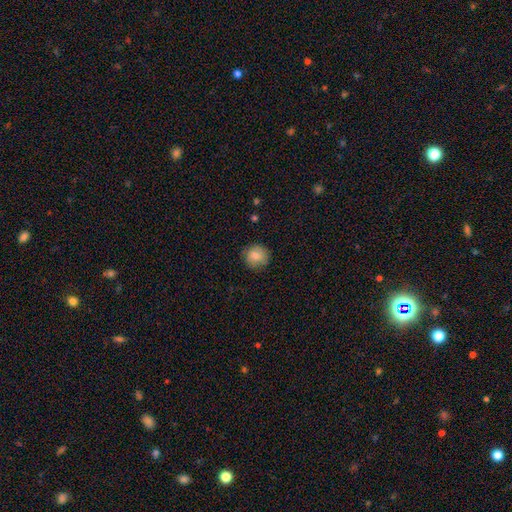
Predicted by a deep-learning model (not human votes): A smooth galaxy with no disk features (79%) that is round (90%). Merging: none (82%).